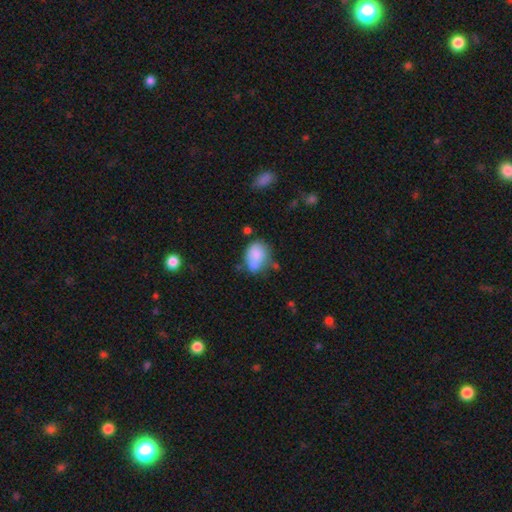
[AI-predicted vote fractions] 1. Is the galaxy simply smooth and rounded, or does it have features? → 77% smooth, 14% featured or disk, 9% star or artifact.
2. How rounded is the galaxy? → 69% in between, 30% round, 1% cigar-shaped.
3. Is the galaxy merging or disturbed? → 39% none, 27% minor disturbance, 22% merger, 12% major disturbance.